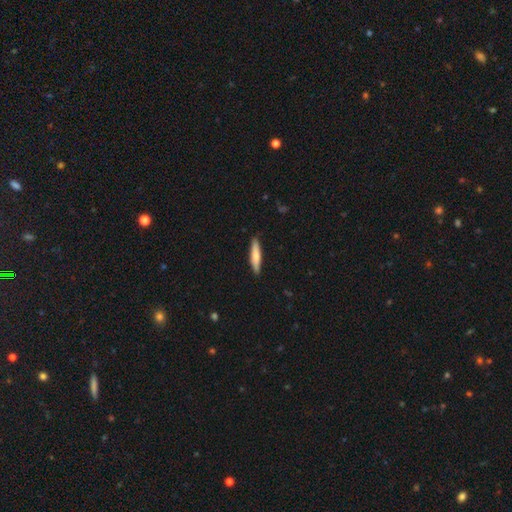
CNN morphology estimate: A smooth galaxy with no disk features (68%) that is cigar-shaped (85%). Merging: none (89%).